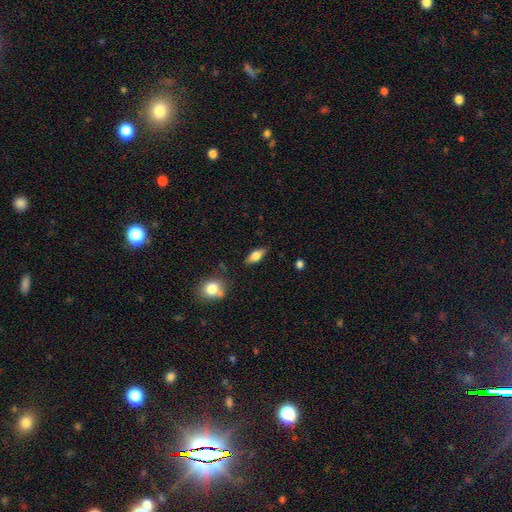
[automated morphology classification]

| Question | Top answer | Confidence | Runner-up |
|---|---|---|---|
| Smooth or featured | smooth | 68% | featured or disk (25%) |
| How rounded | in between | 78% | cigar-shaped (18%) |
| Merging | none | 82% | minor disturbance (12%) |